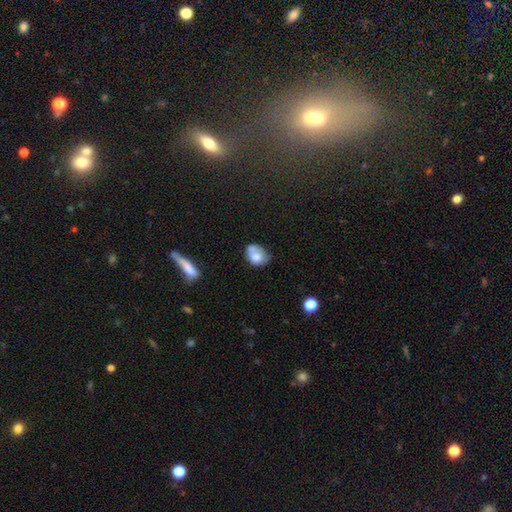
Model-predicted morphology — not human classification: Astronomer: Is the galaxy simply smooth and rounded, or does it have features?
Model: smooth — 72%.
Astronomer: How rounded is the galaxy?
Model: in between — 62% (runner-up: round, 37%).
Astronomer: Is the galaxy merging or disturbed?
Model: none — 37% (runner-up: minor disturbance, 31%).